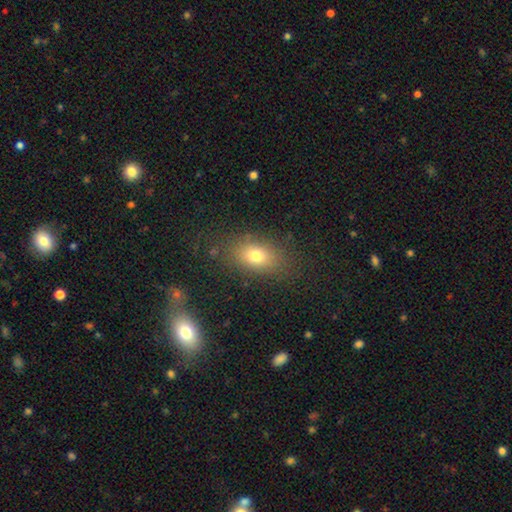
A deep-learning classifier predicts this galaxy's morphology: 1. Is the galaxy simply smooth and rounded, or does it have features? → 75% smooth, 13% featured or disk, 13% star or artifact.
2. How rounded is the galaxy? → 79% in between, 18% round, 3% cigar-shaped.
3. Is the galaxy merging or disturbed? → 80% none, 12% minor disturbance, 5% major disturbance, 3% merger.